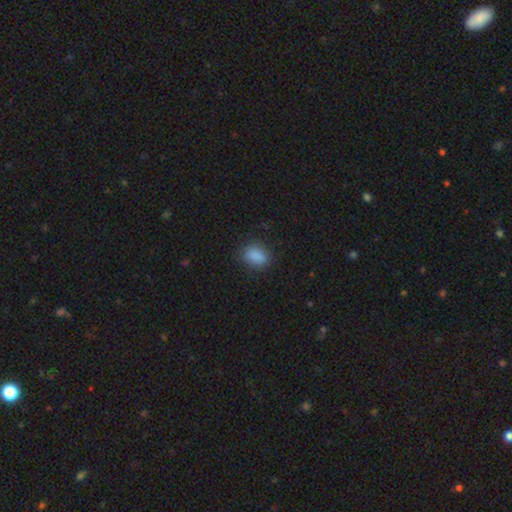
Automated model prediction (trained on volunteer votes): A smooth galaxy with no disk features (86%) that is in between round and cigar-shaped (73%).

Vote fractions:
- Smooth or featured? smooth: 86% / star or artifact: 10% / featured or disk: 5%
- How rounded? in between: 73% / round: 25% / cigar-shaped: 2%
- Merging? none: 79% / minor disturbance: 15% / major disturbance: 4% / merger: 1%